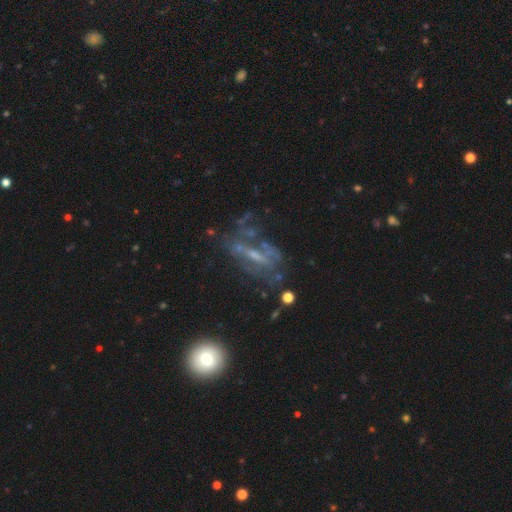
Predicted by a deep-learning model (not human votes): This is likely a featured or disk galaxy (64%). It is clearly not viewed edge-on (85%). Bar: marginally no (40%). Spiral arm pattern: likely no (61%). Central bulge: marginally small (37%). Merging: marginally none (38%).